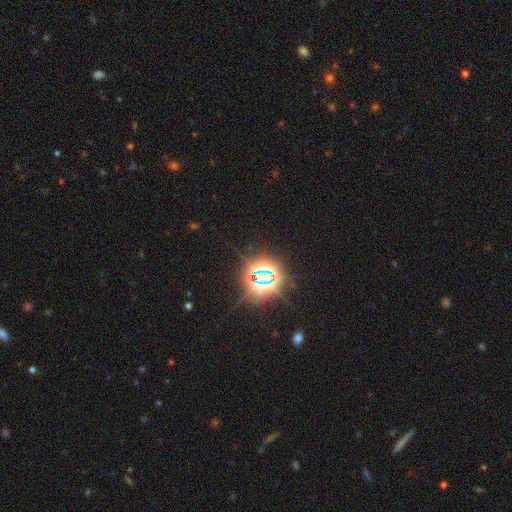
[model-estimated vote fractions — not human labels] smooth_or_featured: star or artifact (p=0.84) [alt: smooth p=0.11]